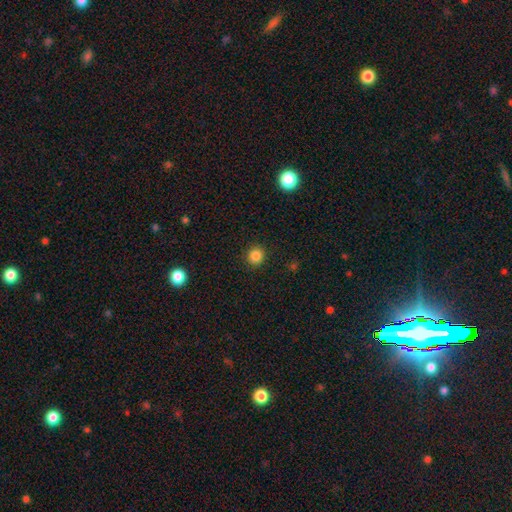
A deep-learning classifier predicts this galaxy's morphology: This appears to be a smooth galaxy with no disk features (85%) that is round (90%). Merging: none (92%).